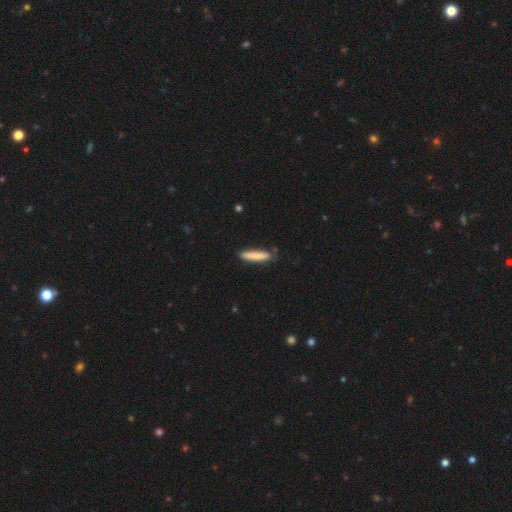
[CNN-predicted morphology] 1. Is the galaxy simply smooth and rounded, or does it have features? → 82% smooth, 12% featured or disk, 5% star or artifact.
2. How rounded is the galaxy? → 89% cigar-shaped, 10% in between, 1% round.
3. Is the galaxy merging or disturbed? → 80% none, 15% minor disturbance, 3% major disturbance, 2% merger.